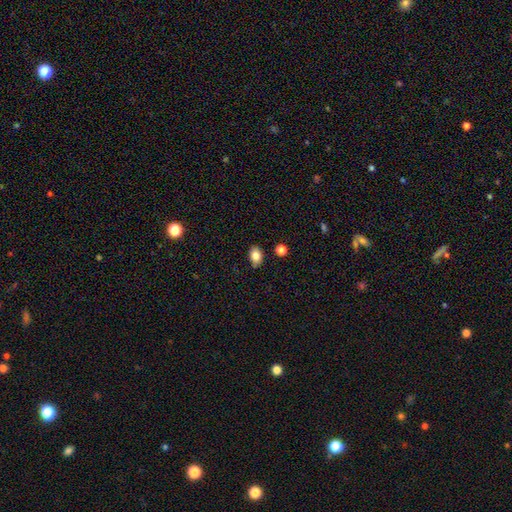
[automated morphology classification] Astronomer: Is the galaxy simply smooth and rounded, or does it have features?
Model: smooth — 82%.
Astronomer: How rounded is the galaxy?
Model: in between — 78%.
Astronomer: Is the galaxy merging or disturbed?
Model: none — 83%.